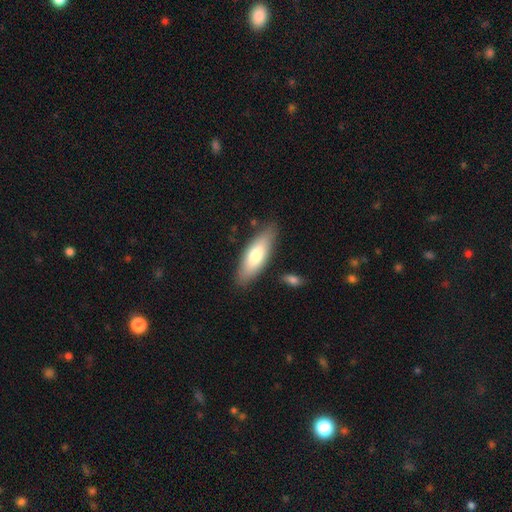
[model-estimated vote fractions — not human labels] The model was most divided on "how rounded": in between: 63%, cigar-shaped: 36%, round: 2%. More confident: merging — none (82%); smooth or featured — smooth (72%).